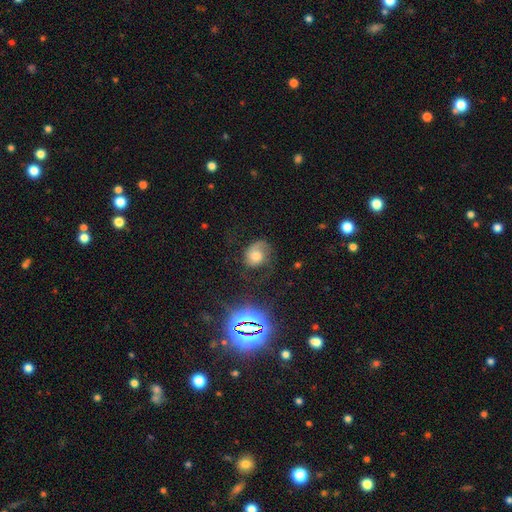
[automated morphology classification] Smooth or featured: featured or disk — 44% (smooth — 41%)
Merging: none — 48% (minor disturbance — 25%)